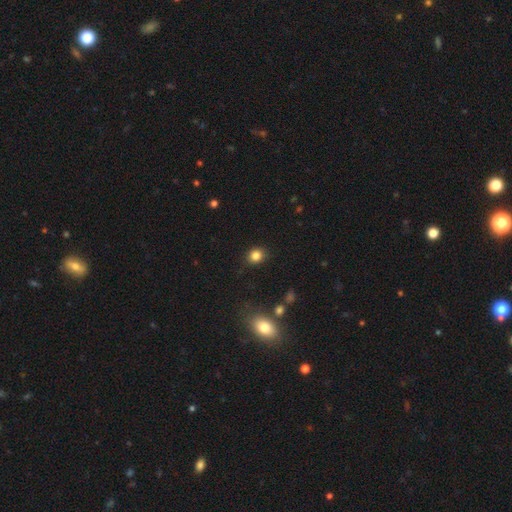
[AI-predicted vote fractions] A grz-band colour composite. It shows a smooth galaxy with no disk features (84%) that is round (73%). Merging: none (86%).